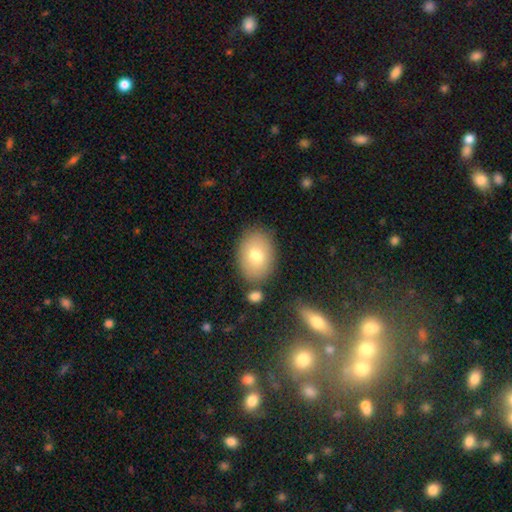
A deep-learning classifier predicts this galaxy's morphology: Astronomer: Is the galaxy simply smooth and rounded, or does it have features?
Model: smooth — 76%.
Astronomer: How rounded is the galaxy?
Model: in between — 71%.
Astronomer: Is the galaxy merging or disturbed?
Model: none — 78%.